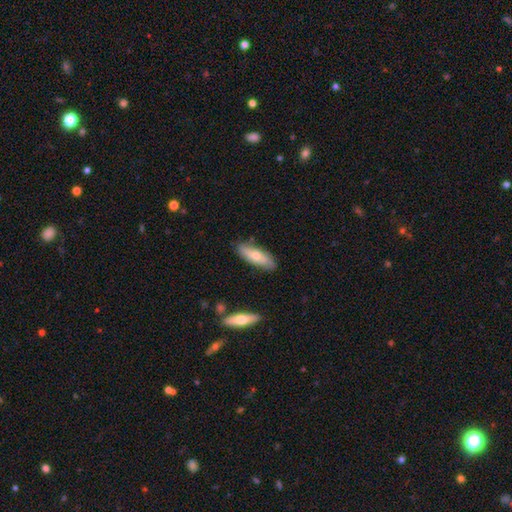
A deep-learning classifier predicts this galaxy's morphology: The model was most divided on "smooth or featured": smooth: 55%, featured or disk: 39%, star or artifact: 7%. More confident: merging — none (81%); how rounded — in between (61%).